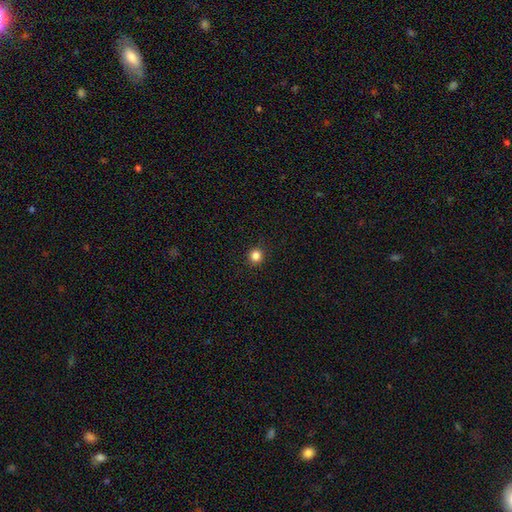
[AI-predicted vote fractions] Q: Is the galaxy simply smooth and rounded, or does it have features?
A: smooth — 83%.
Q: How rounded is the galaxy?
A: round — 93%.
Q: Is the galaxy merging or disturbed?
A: none — 92%.